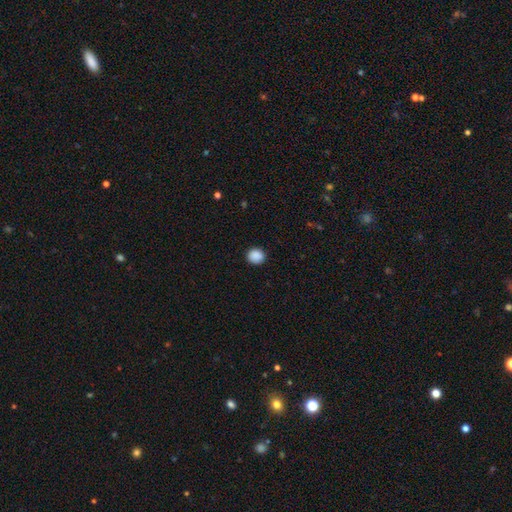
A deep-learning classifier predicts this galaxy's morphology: smooth-or-featured: smooth: 89% | star or artifact: 9% | featured or disk: 2%
  how-rounded: round: 85% | in between: 14% | cigar-shaped: 1%
  merging: none: 90% | minor disturbance: 7% | major disturbance: 2% | merger: 1%